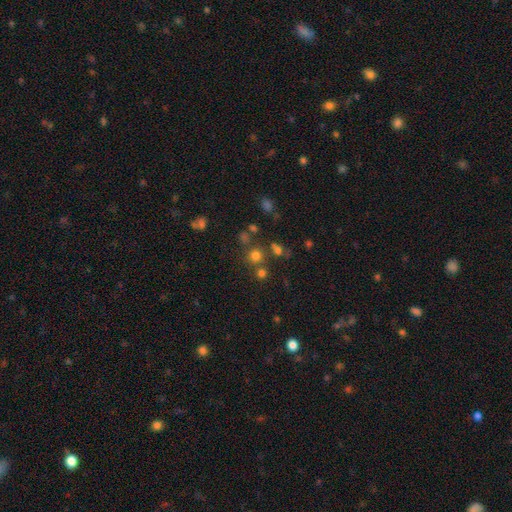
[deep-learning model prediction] This is likely a smooth galaxy (68%). How rounded: clearly round (90%). Merging: likely none (70%).